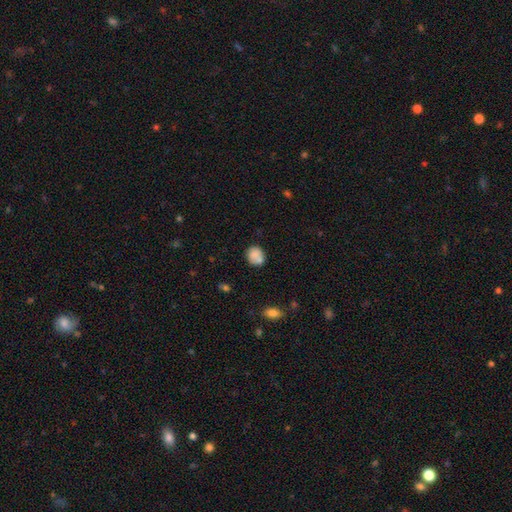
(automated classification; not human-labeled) Q: Smooth or featured?
A: smooth (78%); runner-up: featured or disk (13%)
Q: How rounded?
A: round (71%); runner-up: in between (28%)
Q: Merging?
A: none (55%); runner-up: merger (23%)